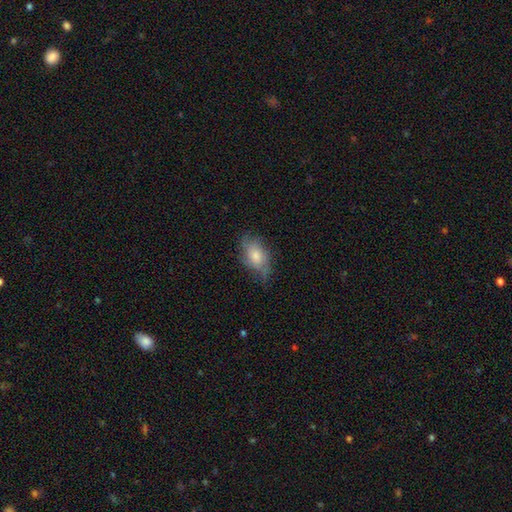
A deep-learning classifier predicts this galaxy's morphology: This appears to be a smooth galaxy with no disk features (55%) that is in between round and cigar-shaped (88%). Merging: none (56%).